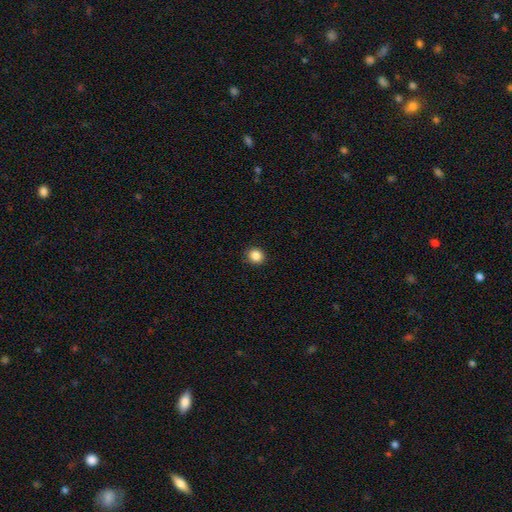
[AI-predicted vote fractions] Smooth or featured? smooth (86%)
How rounded? round (83%)
Merging? none (89%)